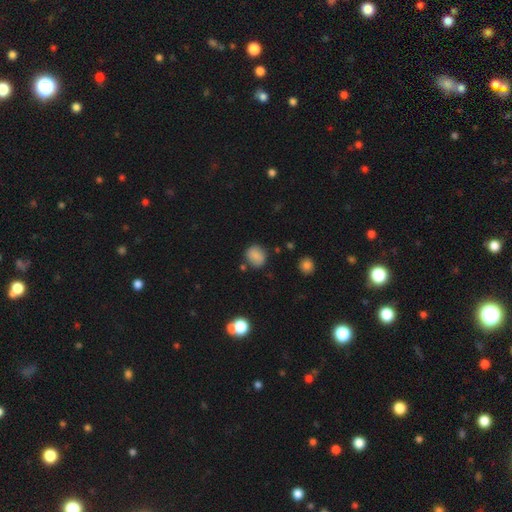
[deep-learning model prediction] Morphology: type=smooth (83%); roundness=round (69%); merging=none (79%).